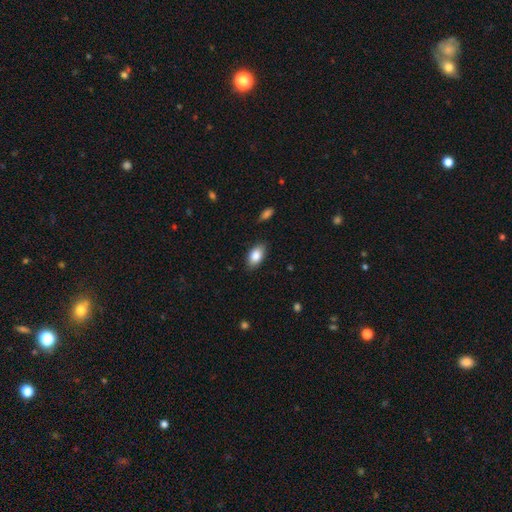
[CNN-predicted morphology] smooth 86%, featured or disk 7%, star or artifact 7%. Down the decision tree: how rounded — in between (92%); merging — none (84%).